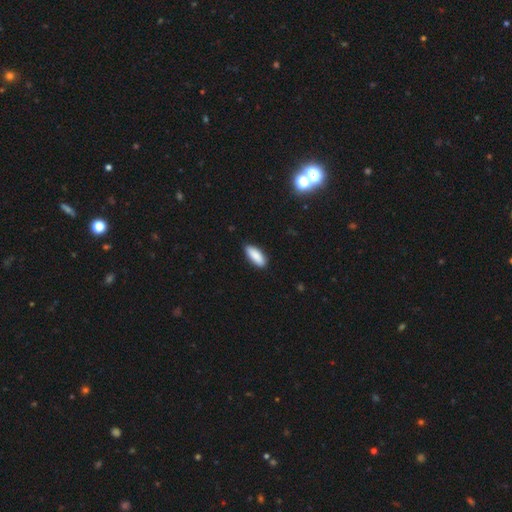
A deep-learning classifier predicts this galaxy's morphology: smooth 89%, star or artifact 6%, featured or disk 5%. Down the decision tree: how rounded — in between (77%); merging — none (86%).